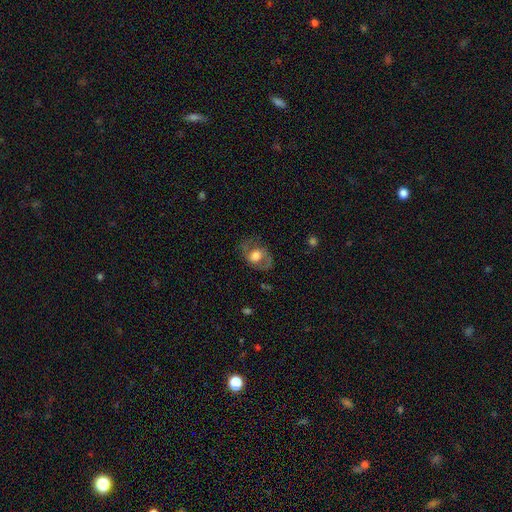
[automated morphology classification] Smooth or featured? featured or disk (58%)
Edge-on disk? no (93%)
Bar? no (62%)
Spiral arms? yes (64%)
Bulge size? large (47%)
Merging? none (70%)